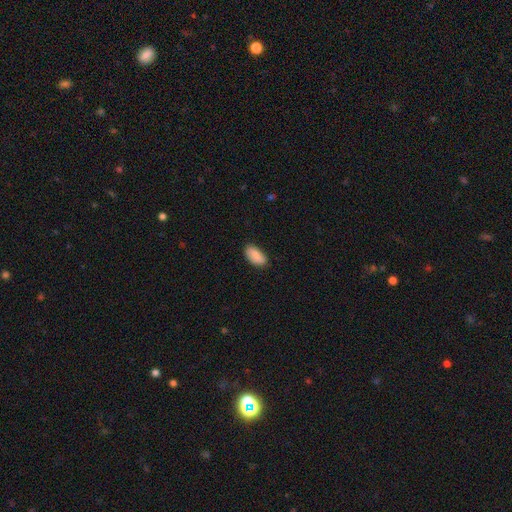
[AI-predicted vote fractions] smooth 87%, featured or disk 7%, star or artifact 6%. Down the decision tree: how rounded — in between (92%); merging — none (80%).